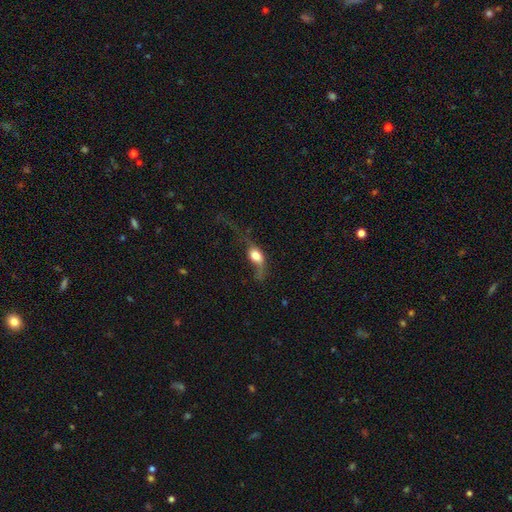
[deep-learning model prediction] Q: Smooth or featured?
A: smooth (61%); runner-up: featured or disk (30%)
Q: How rounded?
A: in between (69%); runner-up: round (20%)
Q: Merging?
A: major disturbance (51%); runner-up: none (23%)